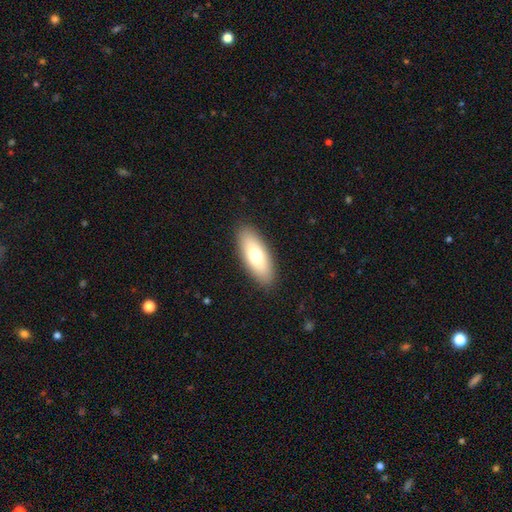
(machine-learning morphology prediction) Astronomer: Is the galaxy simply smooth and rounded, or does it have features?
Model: smooth — 73%.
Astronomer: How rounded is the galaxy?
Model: in between — 77%.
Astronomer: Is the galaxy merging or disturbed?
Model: none — 89%.